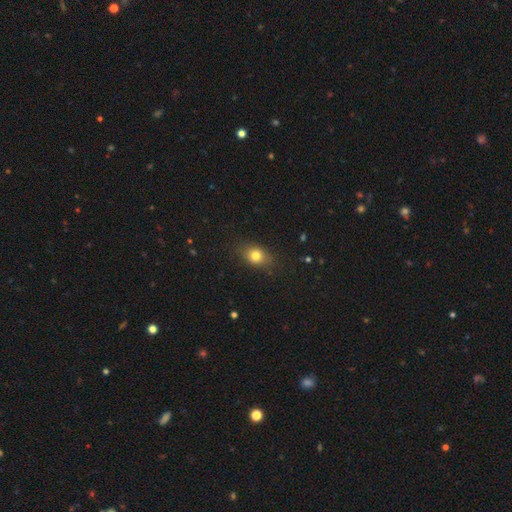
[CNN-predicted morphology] smooth-or-featured: smooth: 79% | star or artifact: 11% | featured or disk: 10%
  how-rounded: in between: 58% | round: 40% | cigar-shaped: 2%
  merging: none: 81% | minor disturbance: 14% | major disturbance: 4% | merger: 1%